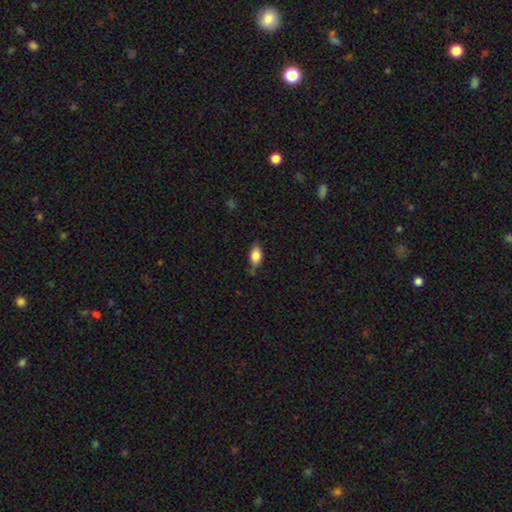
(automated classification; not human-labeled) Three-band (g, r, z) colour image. It shows a smooth galaxy with no disk features (82%) that is in between round and cigar-shaped (86%). Merging: none (62%).